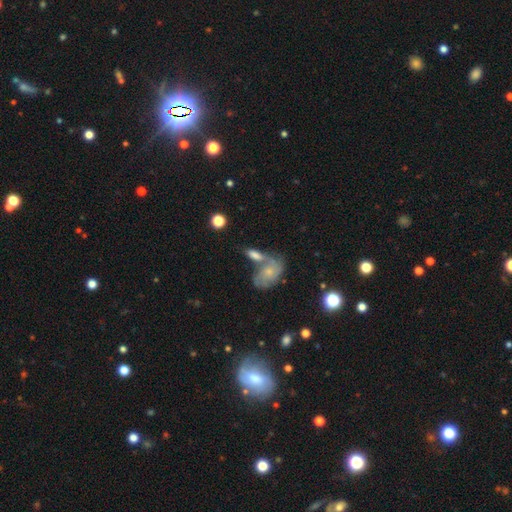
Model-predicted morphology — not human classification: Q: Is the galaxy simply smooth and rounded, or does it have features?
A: smooth — 49%.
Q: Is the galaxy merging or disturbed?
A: none — 45%.